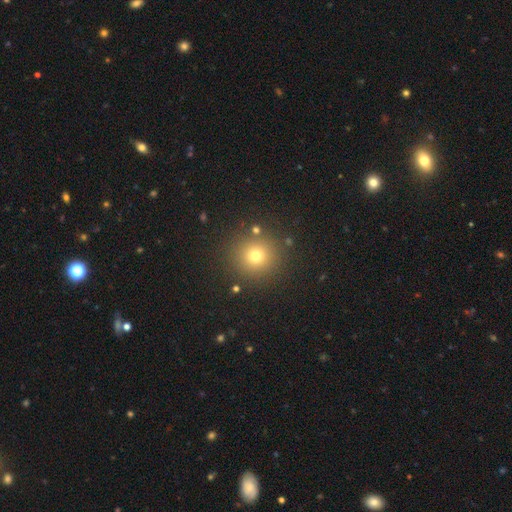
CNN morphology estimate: Overall: smooth (72%). How rounded: round (94%). Merging: none (88%).